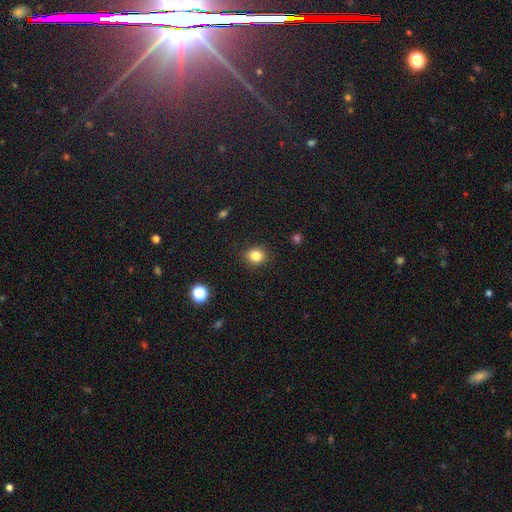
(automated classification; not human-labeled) Smooth or featured? smooth (83%)
How rounded? round (73%)
Merging? none (90%)